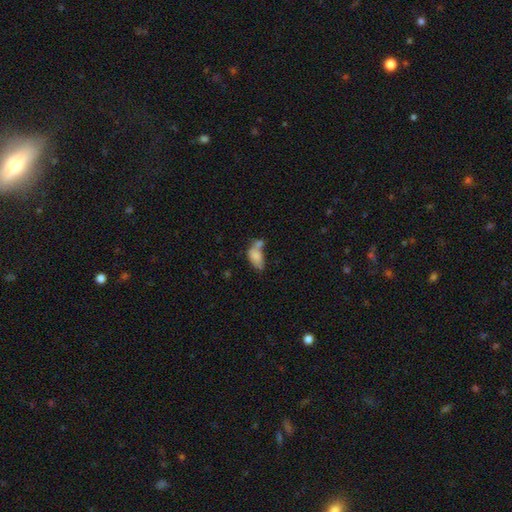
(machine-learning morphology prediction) A smooth galaxy with no disk features (79%) that is in between round and cigar-shaped (90%).

Vote fractions:
- Smooth or featured? smooth: 79% / featured or disk: 13% / star or artifact: 8%
- How rounded? in between: 90% / round: 5% / cigar-shaped: 4%
- Merging? merger: 47% / none: 28% / minor disturbance: 17% / major disturbance: 9%